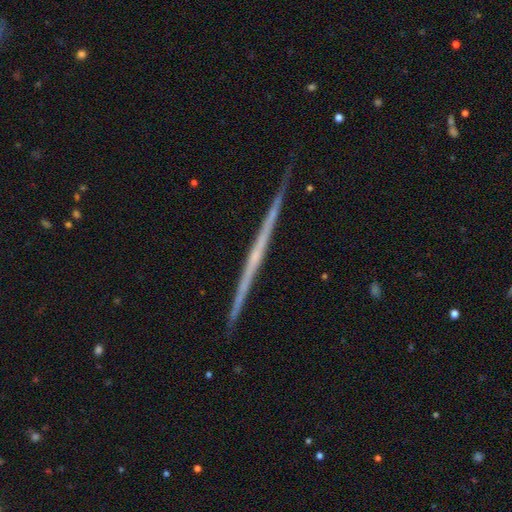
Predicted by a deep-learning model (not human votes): This appears to be a featured or disk galaxy (76%) viewed edge-on (98%) with no central bulge (80%). Merging: none (91%).